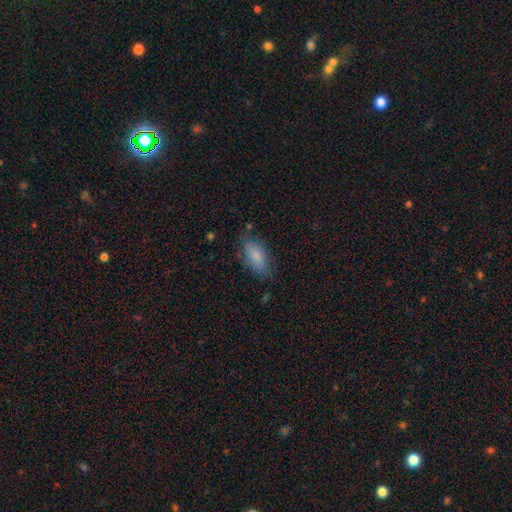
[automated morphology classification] This is likely a smooth galaxy (78%). How rounded: clearly in between (87%). Merging: likely none (72%).